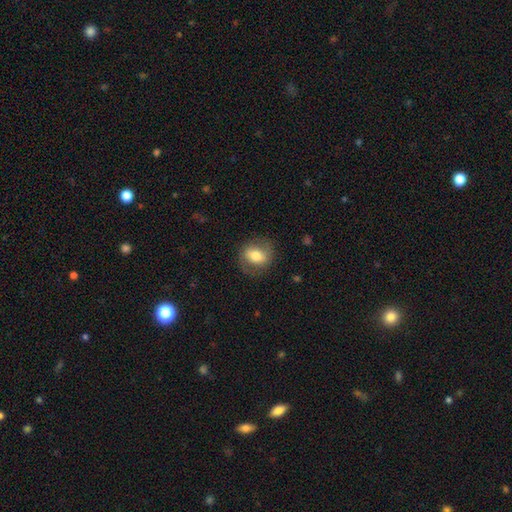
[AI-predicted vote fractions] Morphology: type=smooth (60%); roundness=round (55%); merging=none (77%).